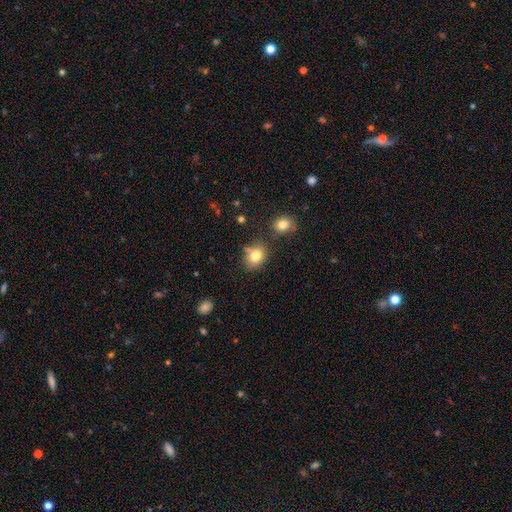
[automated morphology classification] The model was most divided on "how rounded": in between: 50%, round: 49%, cigar-shaped: 1%. More confident: smooth or featured — smooth (80%); merging — none (69%).